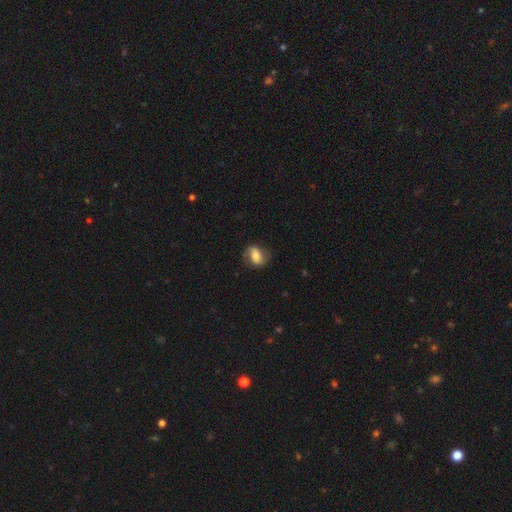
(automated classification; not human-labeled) smooth-or-featured: smooth: 53% | featured or disk: 39% | star or artifact: 8%
  how-rounded: in between: 68% | round: 29% | cigar-shaped: 3%
  merging: none: 70% | minor disturbance: 20% | major disturbance: 9% | merger: 1%